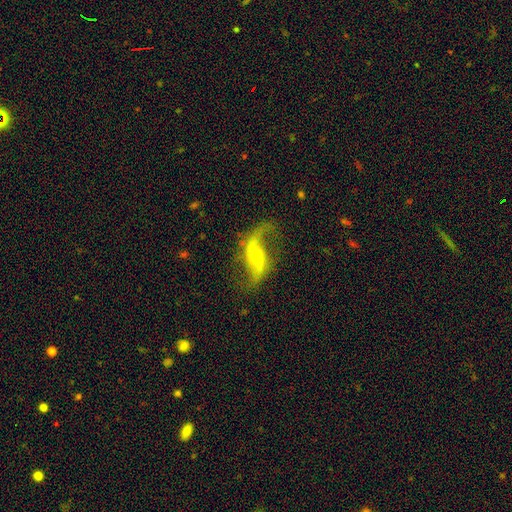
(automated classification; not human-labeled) This is clearly a featured or disk galaxy (89%). It is clearly not viewed edge-on (96%). Bar: marginally no (41%). Spiral arm pattern: clearly yes (96%). Spiral arm count: clearly 2 (92%). Spiral winding: clearly loose (86%). Central bulge: likely small (63%). Merging: likely none (74%).